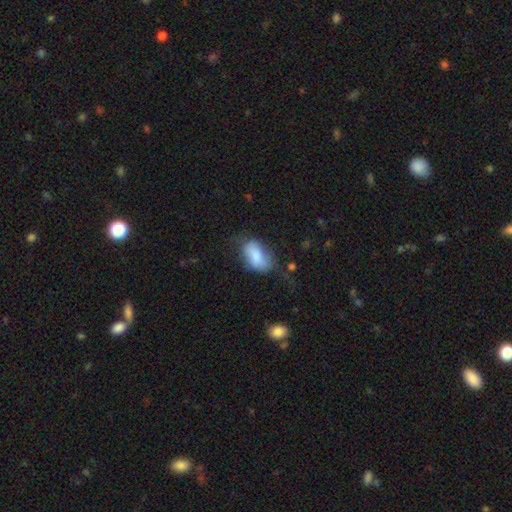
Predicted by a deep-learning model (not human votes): Q: Smooth or featured?
A: smooth (79%); runner-up: featured or disk (14%)
Q: How rounded?
A: in between (92%); runner-up: round (6%)
Q: Merging?
A: none (47%); runner-up: minor disturbance (31%)